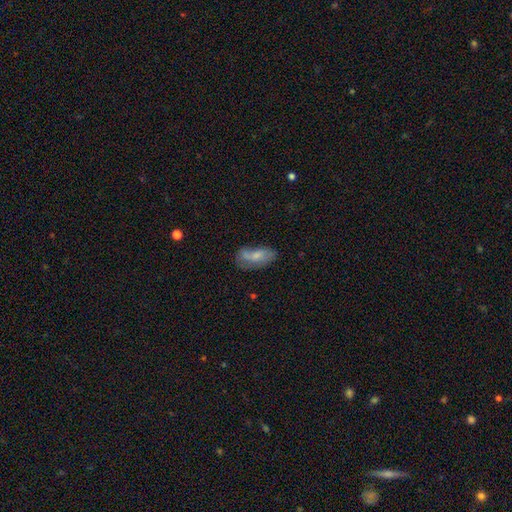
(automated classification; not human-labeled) smooth_or_featured: smooth (p=0.62) [alt: featured or disk p=0.30]
how_rounded: in between (p=0.85) [alt: cigar-shaped p=0.12]
merging: none (p=0.44) [alt: minor disturbance p=0.30]